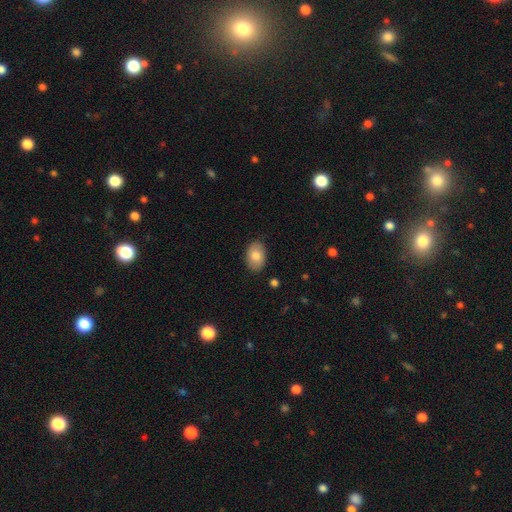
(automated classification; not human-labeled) A smooth galaxy with no disk features (81%) that is in between round and cigar-shaped (86%).

Vote fractions:
- Smooth or featured? smooth: 81% / featured or disk: 12% / star or artifact: 7%
- How rounded? in between: 86% / round: 13% / cigar-shaped: 1%
- Merging? none: 86% / minor disturbance: 10% / major disturbance: 2% / merger: 1%